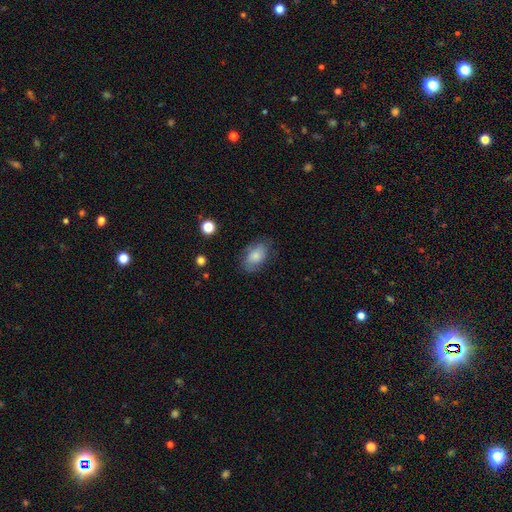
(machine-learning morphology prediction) This is likely a smooth galaxy (73%). How rounded: clearly in between (89%). Merging: likely none (71%).